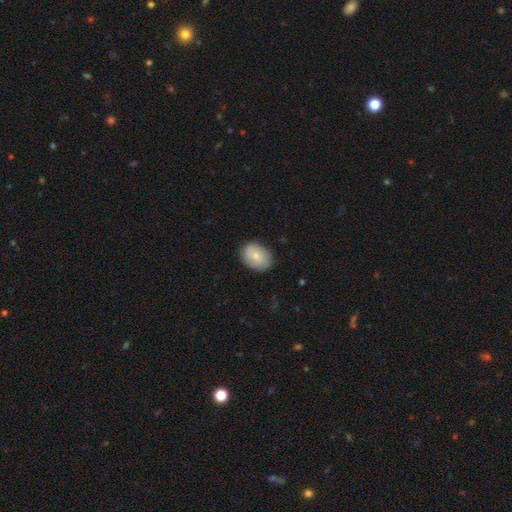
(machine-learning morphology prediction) type=smooth (80%); roundness=in between (71%); merging=none (83%).